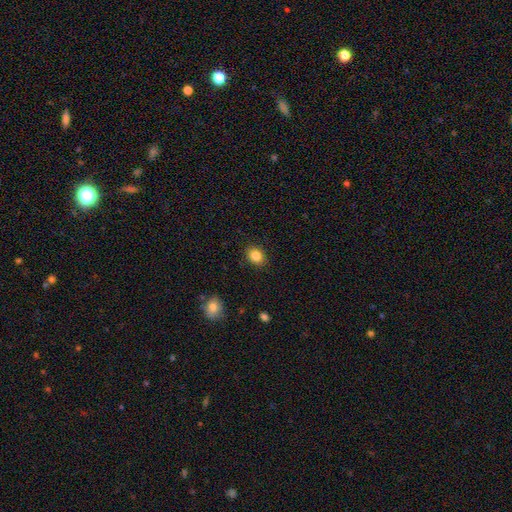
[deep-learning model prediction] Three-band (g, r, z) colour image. It shows a smooth galaxy with no disk features (85%) that is round (56%). Merging: none (89%).